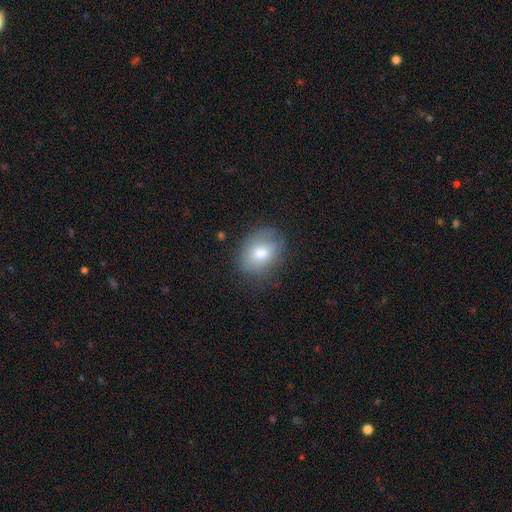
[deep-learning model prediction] A smooth galaxy with no disk features (73%) that is in between round and cigar-shaped (64%).

Vote fractions:
- Smooth or featured? smooth: 73% / featured or disk: 19% / star or artifact: 8%
- How rounded? in between: 64% / round: 35% / cigar-shaped: 1%
- Merging? none: 70% / minor disturbance: 21% / major disturbance: 7% / merger: 1%